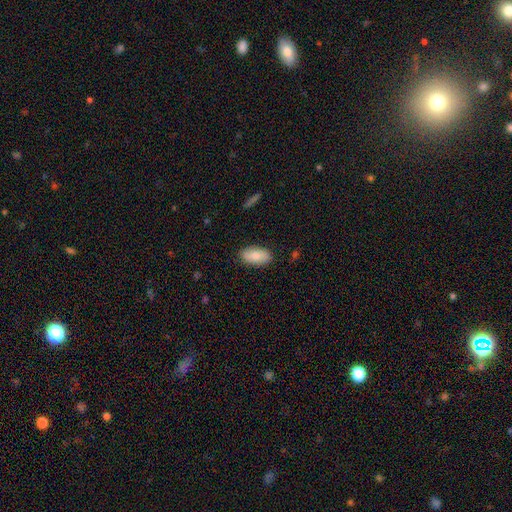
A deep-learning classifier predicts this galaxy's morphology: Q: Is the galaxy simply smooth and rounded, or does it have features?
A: smooth — 81%.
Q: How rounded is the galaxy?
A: in between — 93%.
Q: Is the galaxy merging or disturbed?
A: none — 86%.